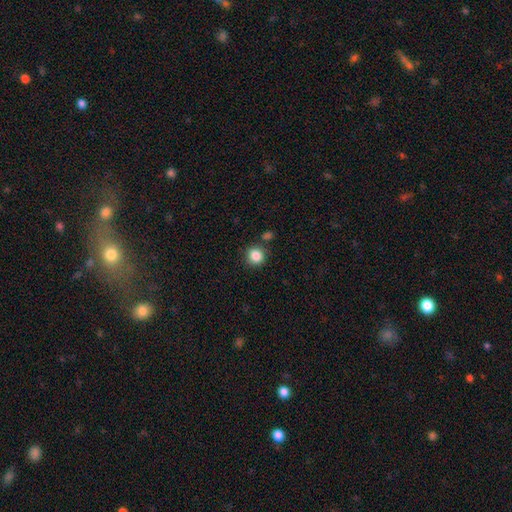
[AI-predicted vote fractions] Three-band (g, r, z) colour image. It shows a smooth galaxy with no disk features (86%) that is round (89%). Merging: none (82%).